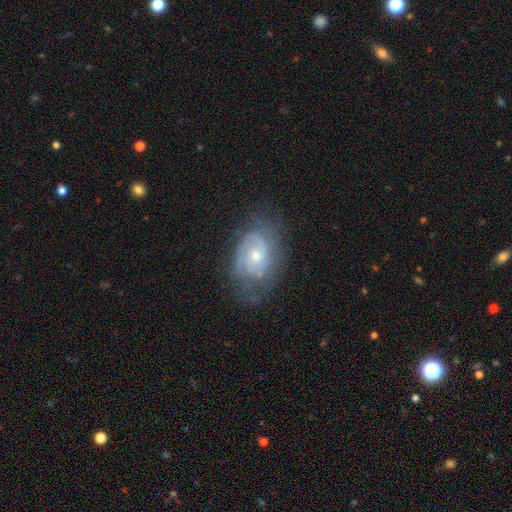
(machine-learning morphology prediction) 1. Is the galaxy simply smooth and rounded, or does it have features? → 80% featured or disk, 14% smooth, 6% star or artifact.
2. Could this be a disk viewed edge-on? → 97% no, 3% yes.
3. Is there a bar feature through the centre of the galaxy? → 68% no, 28% weak, 4% strong.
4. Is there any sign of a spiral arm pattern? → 92% yes, 8% no.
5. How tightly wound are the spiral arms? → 54% tight, 36% medium, 11% loose.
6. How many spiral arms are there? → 51% 2, 26% can't tell, 11% 3, 6% 1, 3% 4, 3% more than 4.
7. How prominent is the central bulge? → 49% small, 46% moderate, 2% large, 2% none, 1% dominant.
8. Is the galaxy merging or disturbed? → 63% none, 23% minor disturbance, 12% major disturbance, 1% merger.